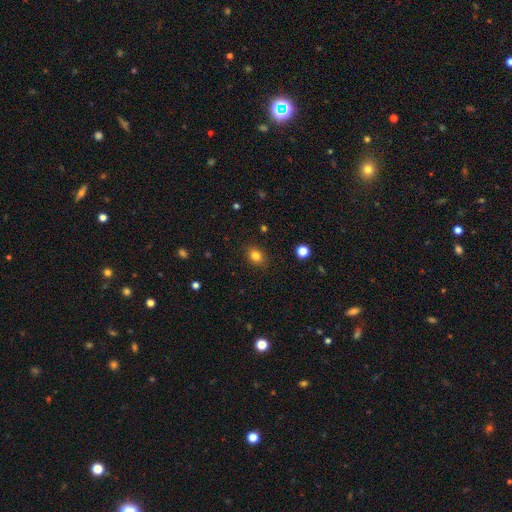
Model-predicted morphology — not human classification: smooth 83%, star or artifact 11%, featured or disk 6%. Down the decision tree: how rounded — in between (59%); merging — none (87%).